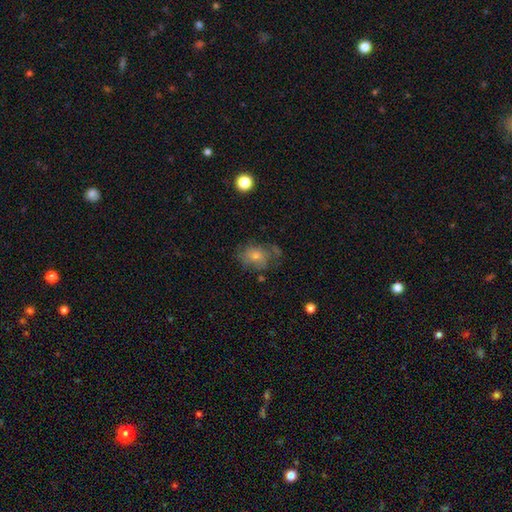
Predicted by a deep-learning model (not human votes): A smooth galaxy with no disk features (47%).

Vote fractions:
- Smooth or featured? smooth: 47% / featured or disk: 38% / star or artifact: 16%
- Merging? none: 55% / minor disturbance: 24% / major disturbance: 16% / merger: 5%